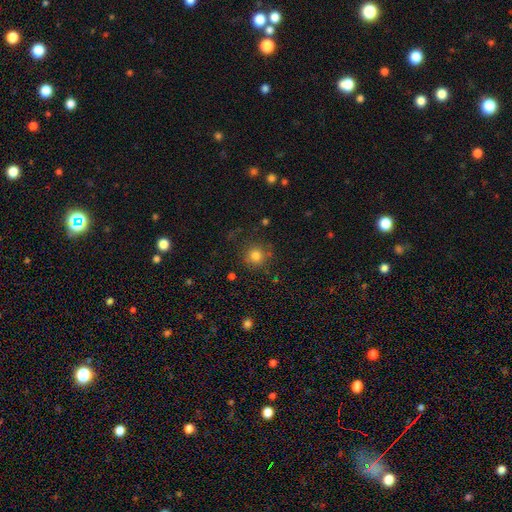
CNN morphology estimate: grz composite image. It shows a smooth galaxy with no disk features (80%) that is round (93%). Merging: none (82%).